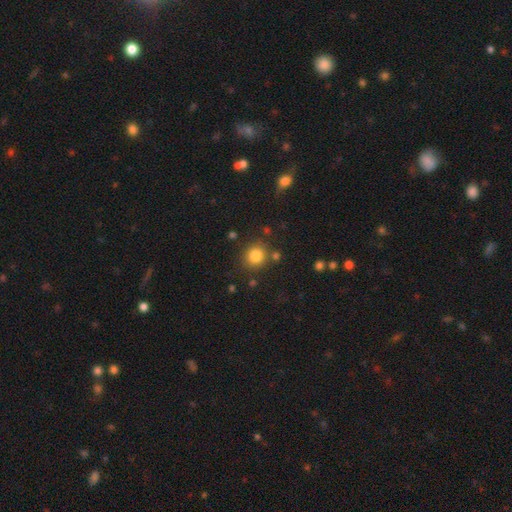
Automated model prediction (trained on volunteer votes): Q: Smooth or featured?
A: smooth (82%); runner-up: star or artifact (12%)
Q: How rounded?
A: round (87%); runner-up: in between (12%)
Q: Merging?
A: none (82%); runner-up: minor disturbance (9%)